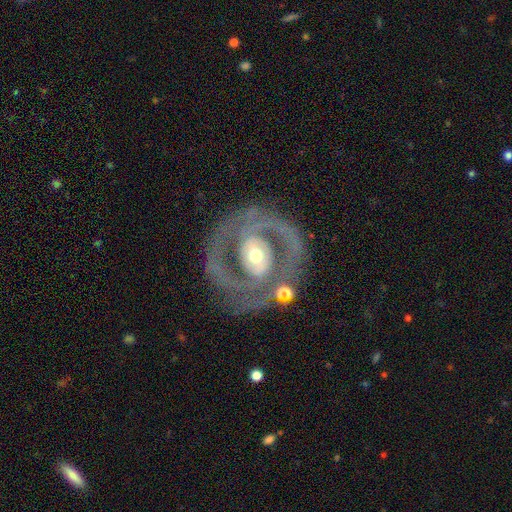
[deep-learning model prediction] A featured or disk galaxy (85%) with no bar (45%), 2 (77%) tight (44%) spiral arms (80%) and a moderate central bulge (64%). Merging: none (72%).